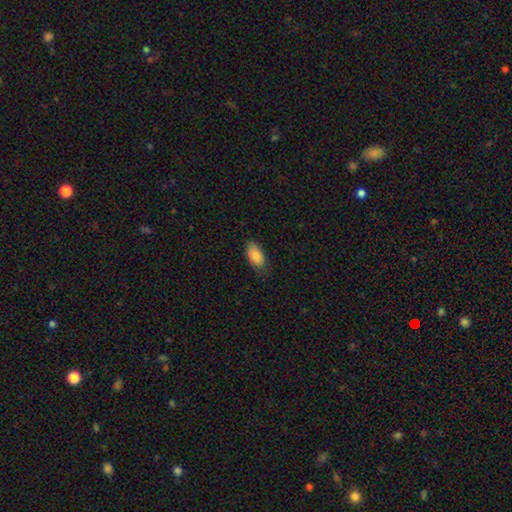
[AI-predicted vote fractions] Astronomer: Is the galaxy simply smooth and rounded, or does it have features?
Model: smooth — 82%.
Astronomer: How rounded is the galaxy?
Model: in between — 93%.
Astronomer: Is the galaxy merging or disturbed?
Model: none — 68%.